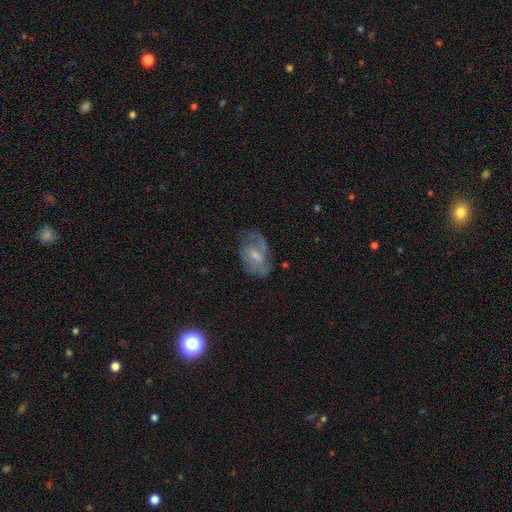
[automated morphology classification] This appears to be a featured or disk galaxy (59%) with no bar (48%), spiral arms (66%) and a small central bulge (51%). Merging: none (46%).